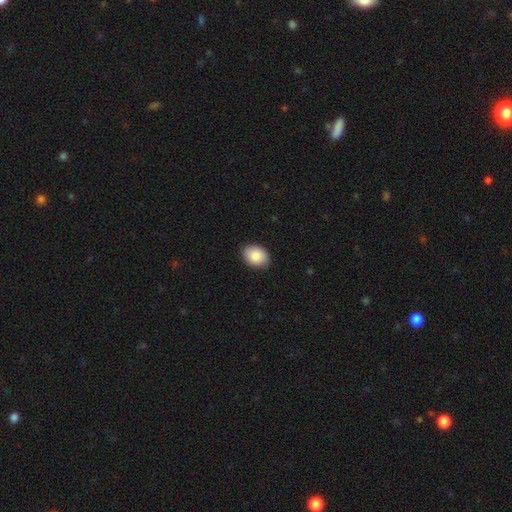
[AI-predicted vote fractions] A smooth galaxy with no disk features (88%) that is in between round and cigar-shaped (74%).

Vote fractions:
- Smooth or featured? smooth: 88% / star or artifact: 7% / featured or disk: 5%
- How rounded? in between: 74% / round: 25% / cigar-shaped: 1%
- Merging? none: 88% / minor disturbance: 9% / major disturbance: 2% / merger: 1%